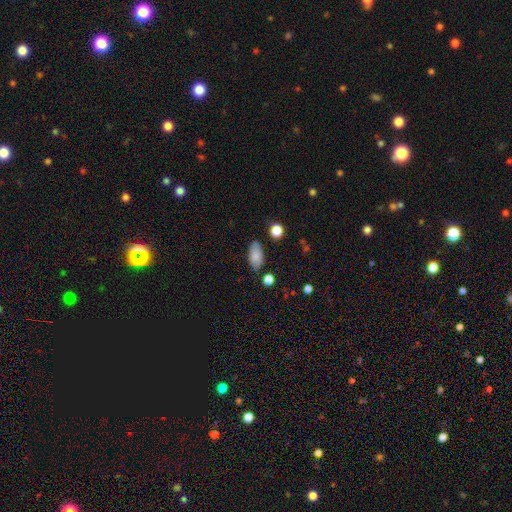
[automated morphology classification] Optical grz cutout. It shows a smooth galaxy with no disk features (83%) that is in between round and cigar-shaped (91%). Merging: none (79%).